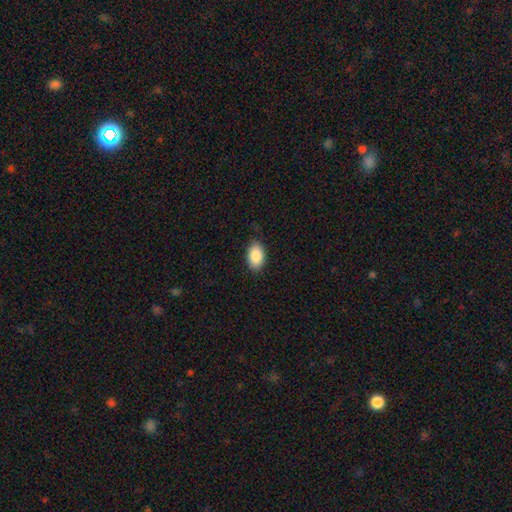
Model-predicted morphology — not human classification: Q: Smooth or featured?
A: smooth (89%); runner-up: star or artifact (7%)
Q: How rounded?
A: in between (93%); runner-up: round (5%)
Q: Merging?
A: none (83%); runner-up: minor disturbance (13%)